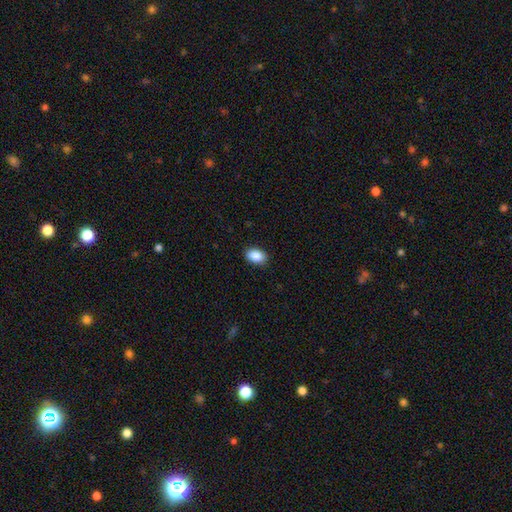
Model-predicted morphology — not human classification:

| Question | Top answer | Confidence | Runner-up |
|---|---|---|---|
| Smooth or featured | smooth | 89% | star or artifact (8%) |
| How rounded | in between | 88% | round (11%) |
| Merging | none | 89% | minor disturbance (8%) |